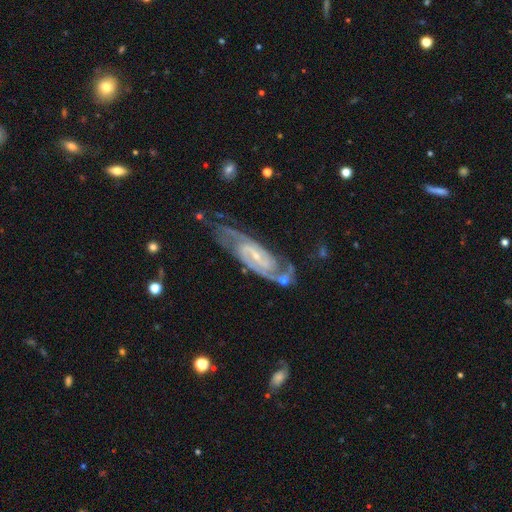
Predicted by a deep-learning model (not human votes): This is clearly a featured or disk galaxy (89%). It is clearly not viewed edge-on (92%). Bar: marginally weak (45%). Spiral arm pattern: clearly yes (98%). Spiral arm count: likely 2 (75%). Spiral winding: possibly tight (50%). Central bulge: likely small (75%). Merging: likely none (66%).